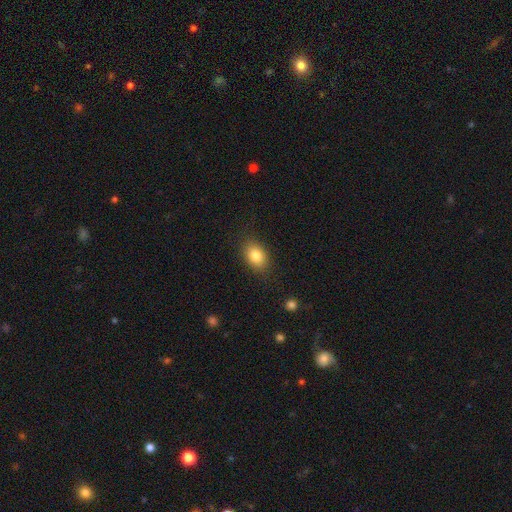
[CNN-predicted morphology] Smooth or featured? Predicted: smooth (p=0.83). How rounded? Predicted: in between (p=0.79). Merging? Predicted: none (p=0.85).